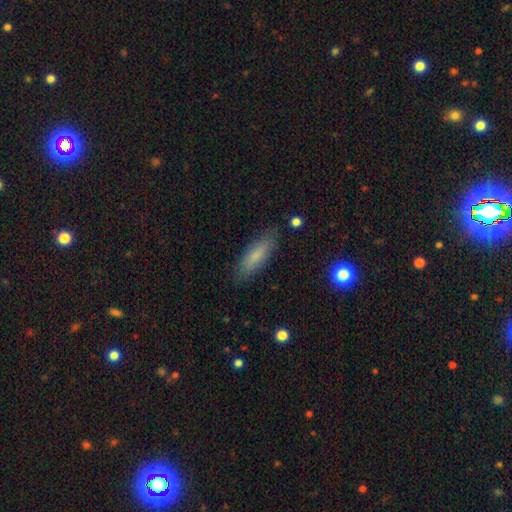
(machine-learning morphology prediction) A smooth galaxy with no disk features (78%) that is in between round and cigar-shaped (50%).

Vote fractions:
- Smooth or featured? smooth: 78% / featured or disk: 15% / star or artifact: 7%
- How rounded? in between: 50% / cigar-shaped: 48% / round: 2%
- Merging? none: 84% / minor disturbance: 12% / major disturbance: 3% / merger: 1%